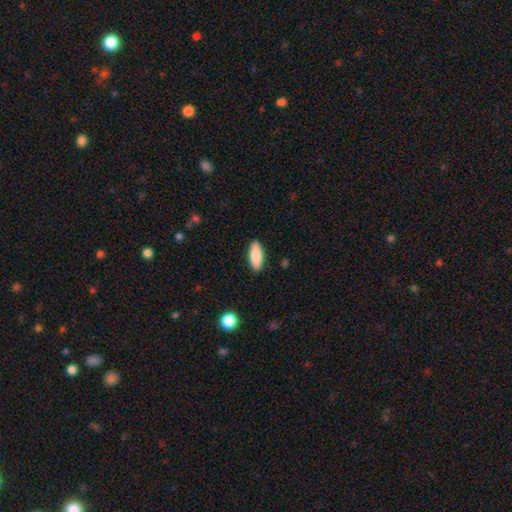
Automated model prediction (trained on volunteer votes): Morphology: type=smooth (86%); roundness=in between (74%); merging=none (89%).